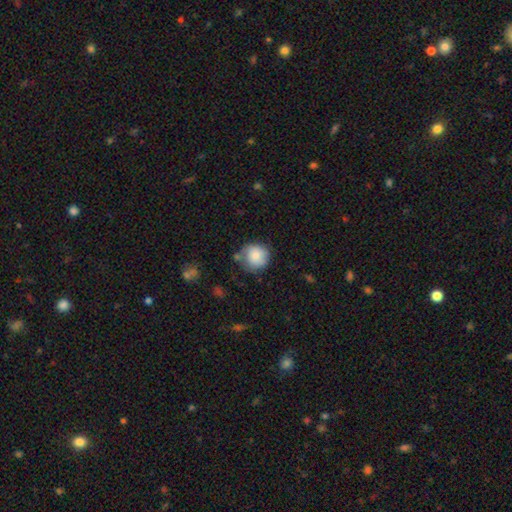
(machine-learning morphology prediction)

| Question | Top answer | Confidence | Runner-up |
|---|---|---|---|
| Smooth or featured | smooth | 79% | featured or disk (13%) |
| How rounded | round | 90% | in between (9%) |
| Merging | none | 63% | minor disturbance (23%) |